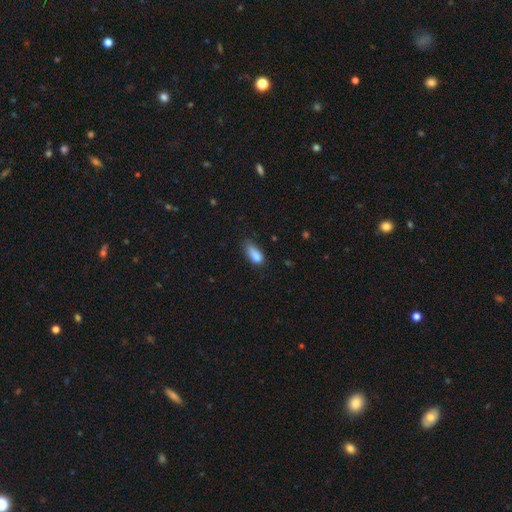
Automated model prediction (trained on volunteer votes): smooth-or-featured: smooth: 82% | star or artifact: 9% | featured or disk: 8%
  how-rounded: in between: 81% | cigar-shaped: 15% | round: 4%
  merging: none: 42% | minor disturbance: 40% | major disturbance: 15% | merger: 3%